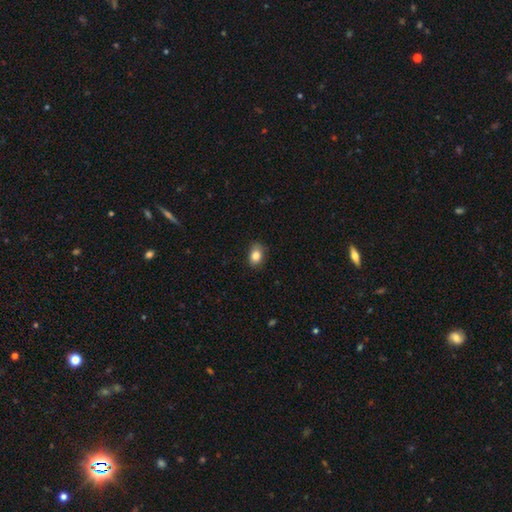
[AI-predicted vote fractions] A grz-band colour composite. It shows a smooth galaxy with no disk features (84%) that is in between round and cigar-shaped (70%). Merging: none (78%).